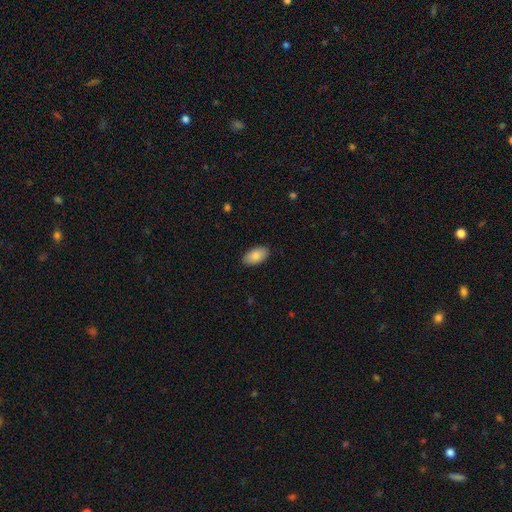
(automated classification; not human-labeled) smooth 85%, featured or disk 9%, star or artifact 6%. Down the decision tree: how rounded — in between (95%); merging — none (88%).